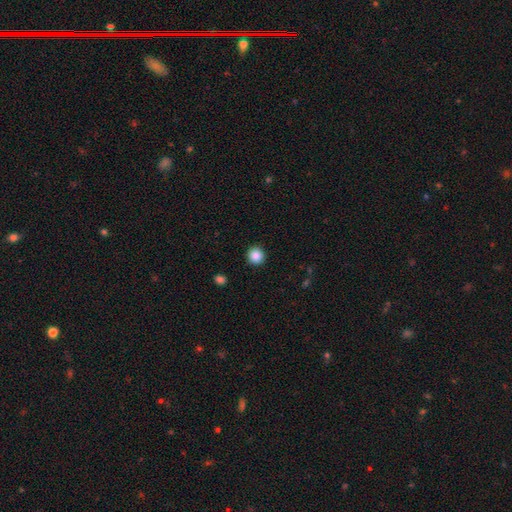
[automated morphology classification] Smooth or featured?
  - smooth: 88% *
  - star or artifact: 10%
  - featured or disk: 3%
How rounded?
  - round: 95% *
  - in between: 4%
  - cigar-shaped: 1%
Merging?
  - none: 93% *
  - minor disturbance: 5%
  - major disturbance: 2%
  - merger: 1%